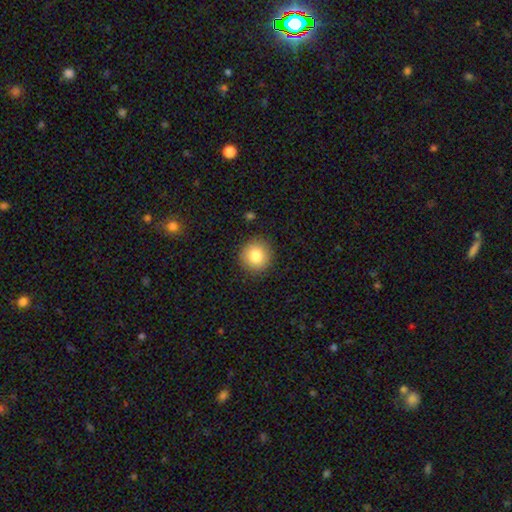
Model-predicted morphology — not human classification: smooth_or_featured: smooth (p=0.83) [alt: star or artifact p=0.10]
how_rounded: round (p=0.93) [alt: in between p=0.06]
merging: none (p=0.89) [alt: minor disturbance p=0.07]